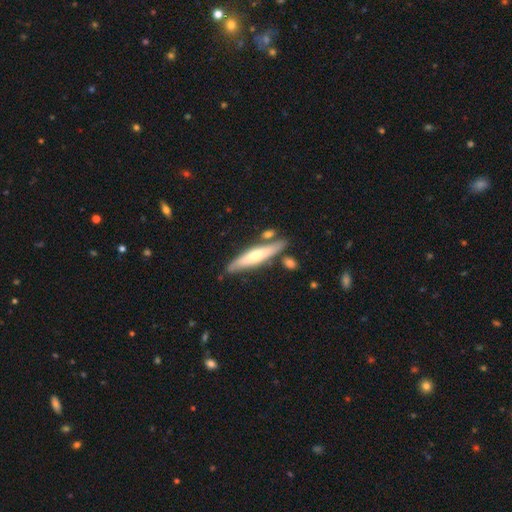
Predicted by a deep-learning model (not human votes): The model was most divided on "smooth or featured": featured or disk: 50%, smooth: 45%, star or artifact: 5%. More confident: merging — none (76%).